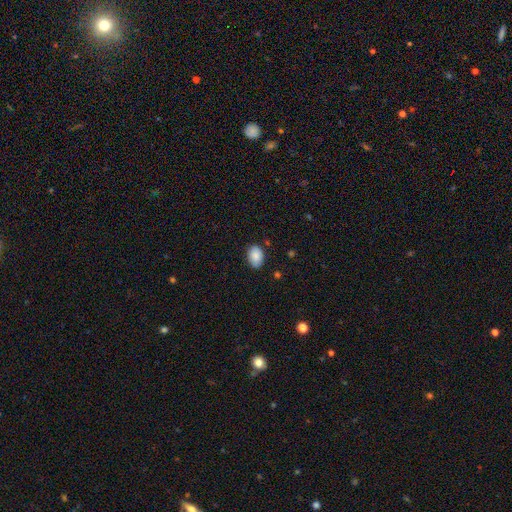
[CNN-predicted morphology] Smooth or featured?
  - smooth: 87% *
  - star or artifact: 7%
  - featured or disk: 6%
How rounded?
  - in between: 84% *
  - round: 15%
  - cigar-shaped: 1%
Merging?
  - none: 82% *
  - minor disturbance: 14%
  - major disturbance: 2%
  - merger: 1%